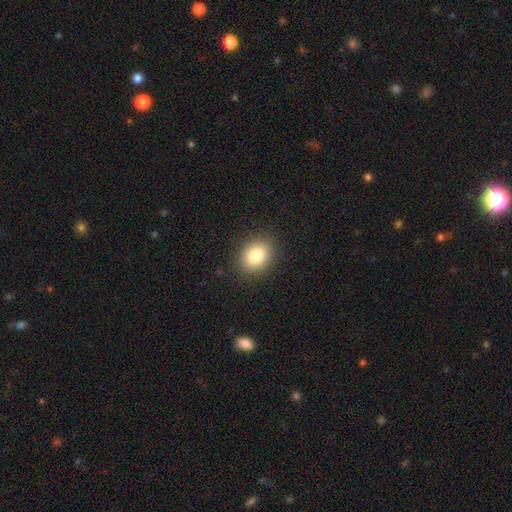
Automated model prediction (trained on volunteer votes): Smooth or featured: smooth — 82% (star or artifact — 10%)
How rounded: in between — 56% (round — 43%)
Merging: none — 88% (minor disturbance — 8%)